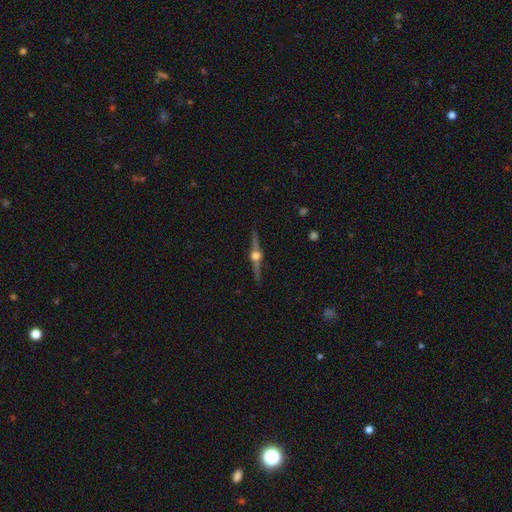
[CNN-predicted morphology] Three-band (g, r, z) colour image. It shows a featured or disk galaxy (86%) viewed edge-on (98%) with a rounded central bulge (96%). Merging: none (91%).